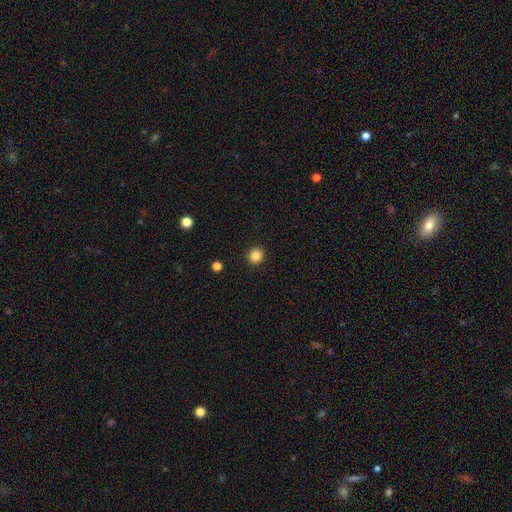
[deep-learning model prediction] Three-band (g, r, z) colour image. It shows a smooth galaxy with no disk features (85%) that is round (92%). Merging: none (93%).